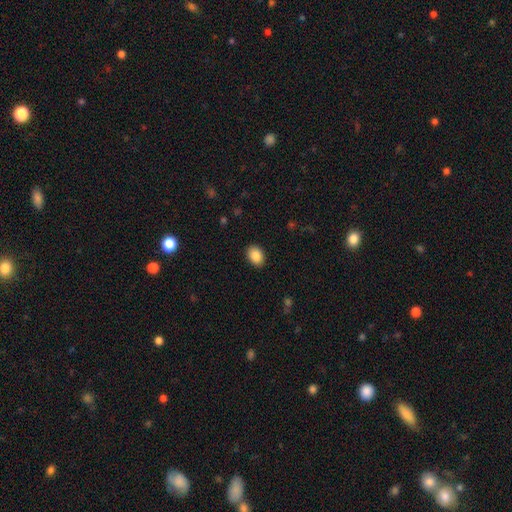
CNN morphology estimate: smooth_or_featured: smooth (p=0.88) [alt: star or artifact p=0.08]
how_rounded: in between (p=0.71) [alt: round p=0.28]
merging: none (p=0.89) [alt: minor disturbance p=0.08]